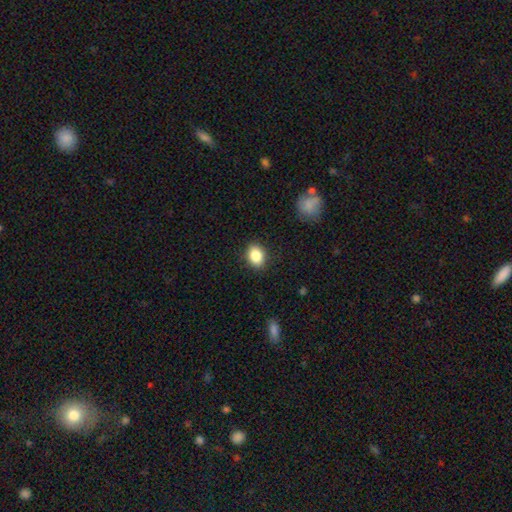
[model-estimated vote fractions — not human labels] smooth-or-featured: smooth: 86% | star or artifact: 9% | featured or disk: 5%
  how-rounded: in between: 69% | round: 30% | cigar-shaped: 1%
  merging: none: 88% | minor disturbance: 8% | major disturbance: 2% | merger: 1%